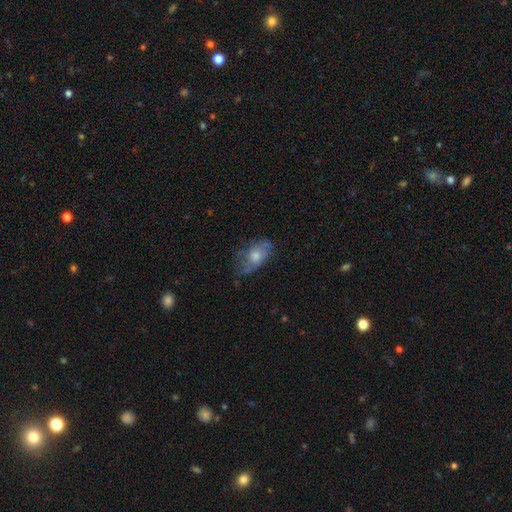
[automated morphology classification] Overall: featured or disk (47%; smooth 44%). Merging: none (54%; minor disturbance 28%).